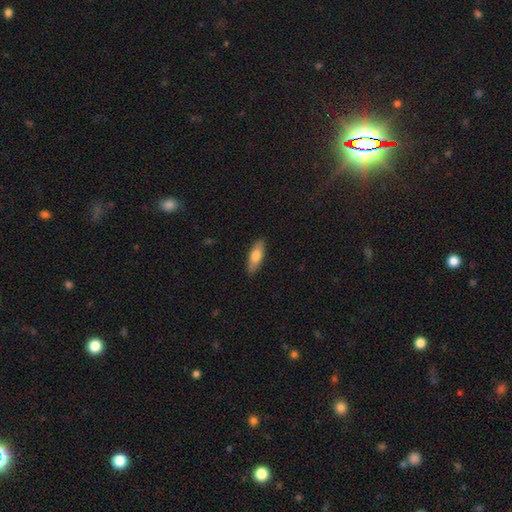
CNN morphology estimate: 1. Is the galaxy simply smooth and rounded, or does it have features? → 72% smooth, 22% featured or disk, 6% star or artifact.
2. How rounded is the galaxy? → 62% in between, 36% cigar-shaped, 2% round.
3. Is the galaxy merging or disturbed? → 88% none, 10% minor disturbance, 2% major disturbance, 1% merger.